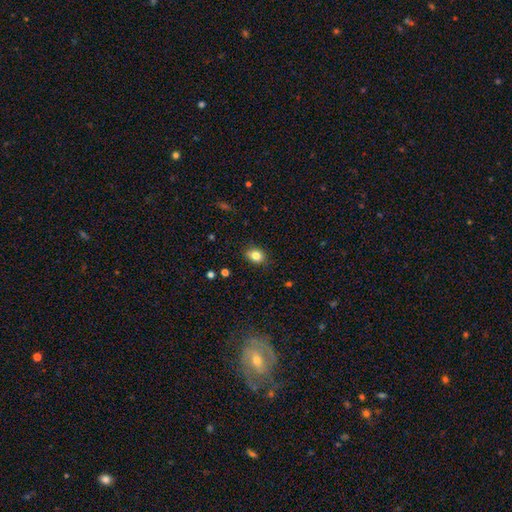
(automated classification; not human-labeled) This appears to be a smooth galaxy with no disk features (82%) that is in between round and cigar-shaped (62%). Merging: none (82%).